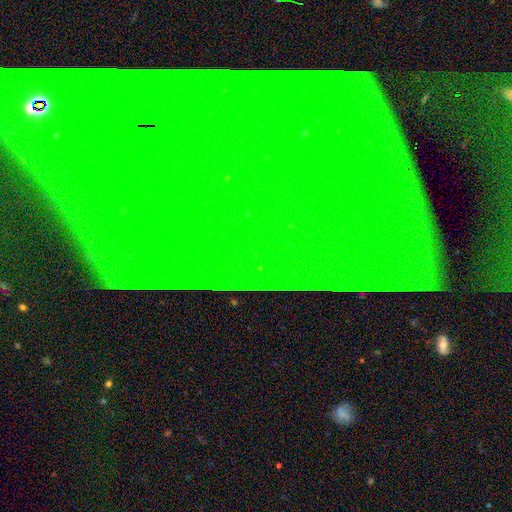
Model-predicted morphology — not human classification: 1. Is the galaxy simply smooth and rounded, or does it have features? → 84% star or artifact, 9% featured or disk, 7% smooth.